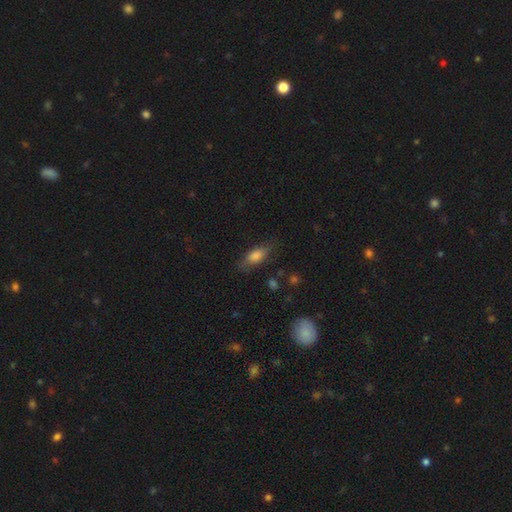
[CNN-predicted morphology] Smooth or featured? Predicted: smooth (p=0.76). How rounded? Predicted: in between (p=0.78). Merging? Predicted: none (p=0.69).